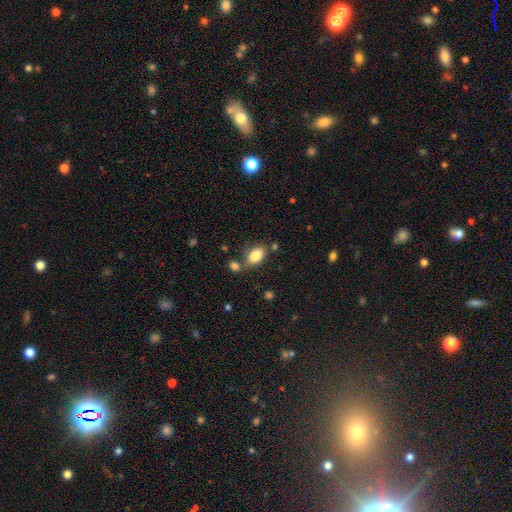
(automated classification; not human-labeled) Smooth or featured? smooth (84%)
How rounded? in between (90%)
Merging? none (67%)